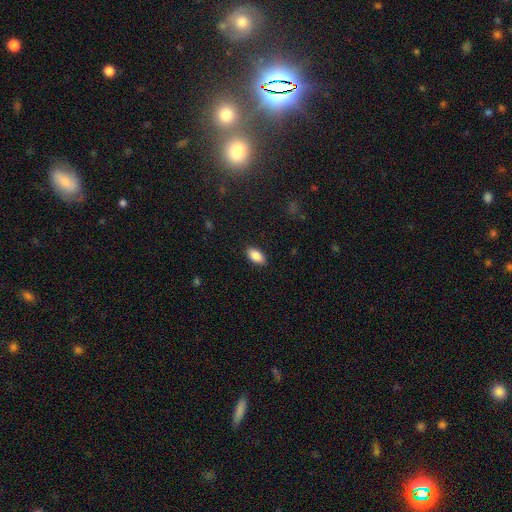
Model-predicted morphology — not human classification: This appears to be a smooth galaxy with no disk features (87%) that is in between round and cigar-shaped (92%). Merging: none (88%).